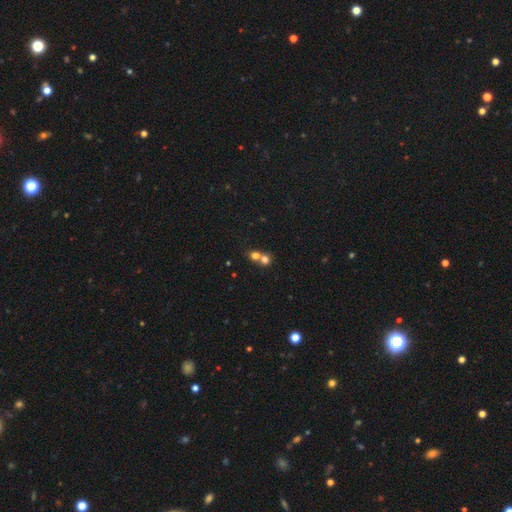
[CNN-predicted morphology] Smooth or featured?
  - smooth: 74% *
  - star or artifact: 14%
  - featured or disk: 12%
How rounded?
  - round: 75% *
  - in between: 24%
  - cigar-shaped: 1%
Merging?
  - merger: 60% *
  - none: 33%
  - minor disturbance: 5%
  - major disturbance: 3%